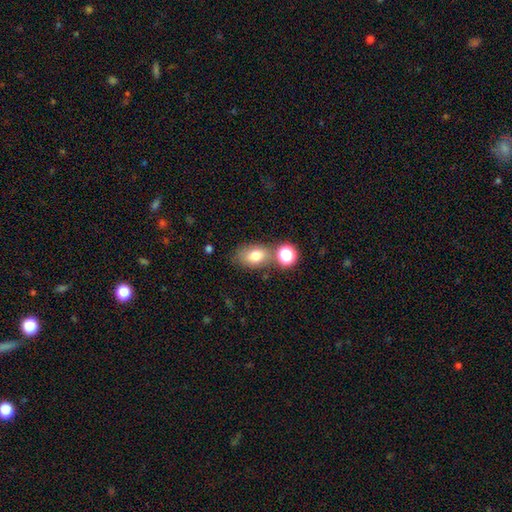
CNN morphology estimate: This is likely a smooth galaxy (75%). How rounded: likely in between (75%). Merging: likely none (63%).